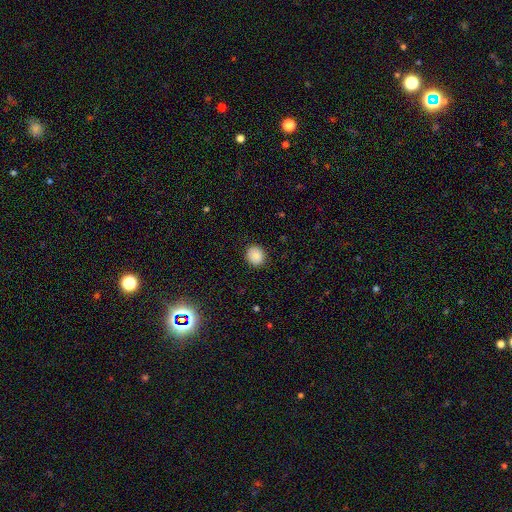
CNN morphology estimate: The model was most divided on "how rounded": round: 85%, in between: 14%, cigar-shaped: 1%. More confident: merging — none (90%); smooth or featured — smooth (84%).